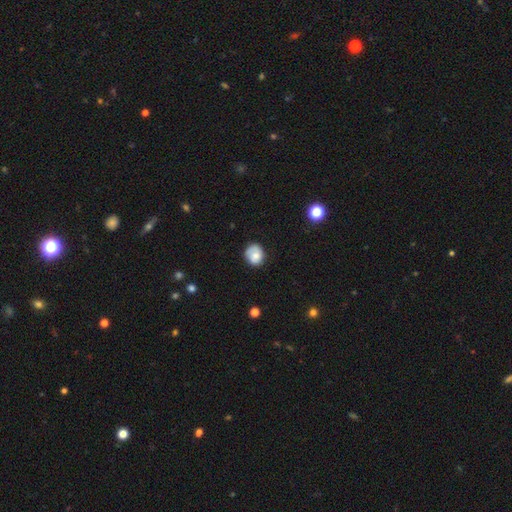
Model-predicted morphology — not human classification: The model was most divided on "how rounded": round: 70%, in between: 29%, cigar-shaped: 1%. More confident: merging — none (69%); smooth or featured — smooth (68%).